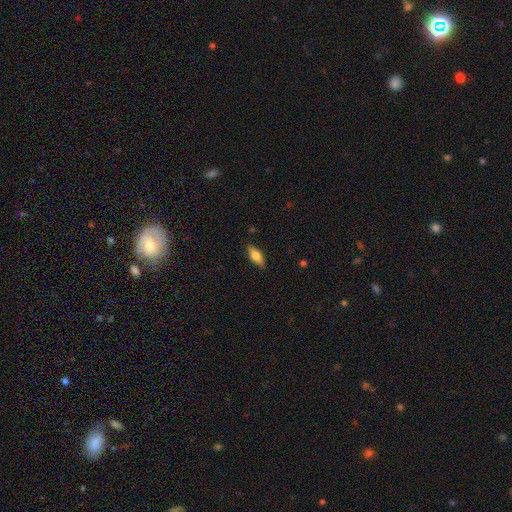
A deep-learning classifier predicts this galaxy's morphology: Smooth or featured? Predicted: smooth (p=0.66). How rounded? Predicted: in between (p=0.69). Merging? Predicted: none (p=0.85).